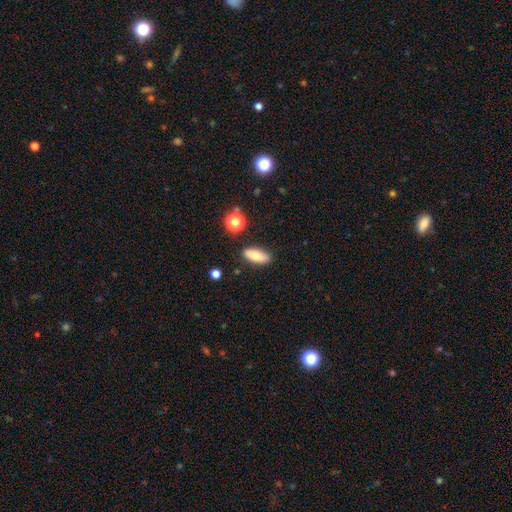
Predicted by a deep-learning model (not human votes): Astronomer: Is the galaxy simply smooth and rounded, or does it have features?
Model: smooth — 76%.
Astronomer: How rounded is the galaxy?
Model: in between — 74%.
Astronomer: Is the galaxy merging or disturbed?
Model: none — 85%.